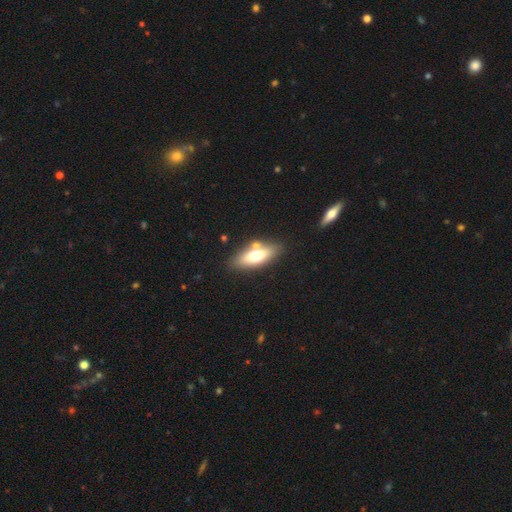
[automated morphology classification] The model was most divided on "smooth or featured": smooth: 62%, featured or disk: 31%, star or artifact: 7%. More confident: merging — none (72%); how rounded — in between (70%).